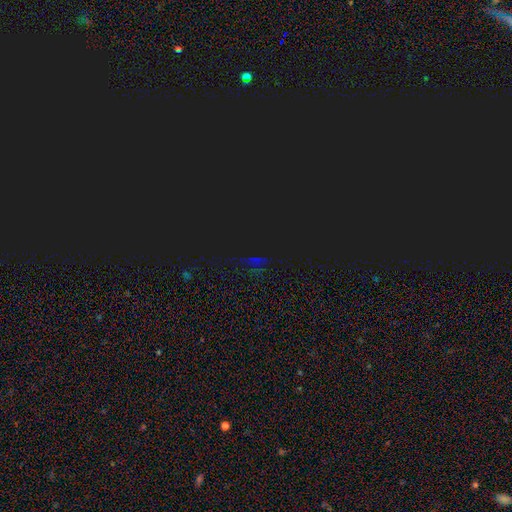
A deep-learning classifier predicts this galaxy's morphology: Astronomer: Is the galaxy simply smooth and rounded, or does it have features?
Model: star or artifact — 84%.